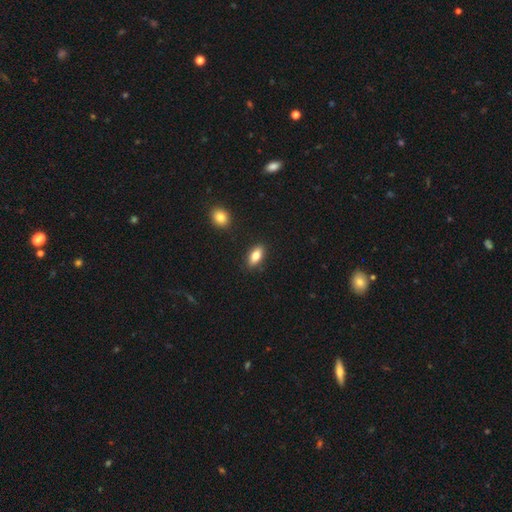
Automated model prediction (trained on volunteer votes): Q: Smooth or featured?
A: smooth (80%); runner-up: featured or disk (13%)
Q: How rounded?
A: in between (88%); runner-up: cigar-shaped (8%)
Q: Merging?
A: none (88%); runner-up: minor disturbance (8%)